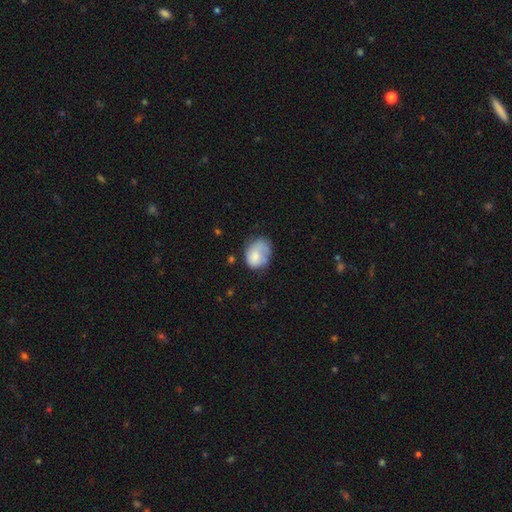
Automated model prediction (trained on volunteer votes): This appears to be a smooth galaxy with no disk features (68%) that is in between round and cigar-shaped (60%). Merging: none (39%).